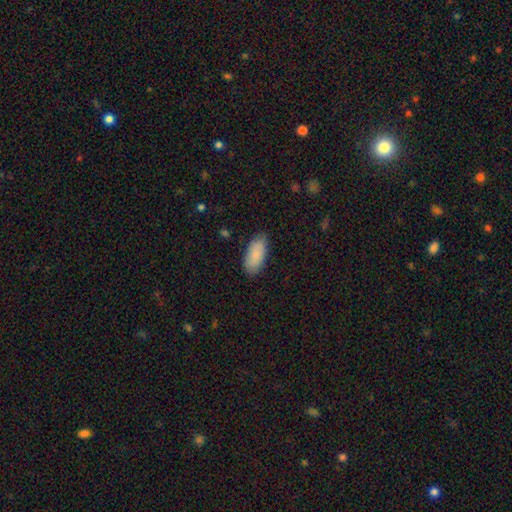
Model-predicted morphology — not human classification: Smooth or featured? smooth (87%)
How rounded? in between (88%)
Merging? none (81%)